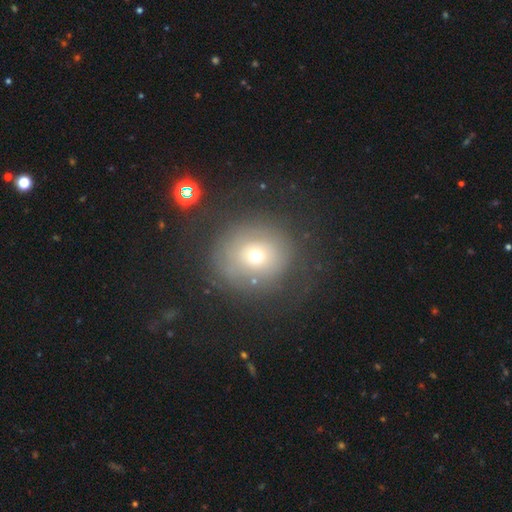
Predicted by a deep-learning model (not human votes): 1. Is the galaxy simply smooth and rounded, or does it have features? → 58% smooth, 26% featured or disk, 15% star or artifact.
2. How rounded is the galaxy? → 89% round, 10% in between, 1% cigar-shaped.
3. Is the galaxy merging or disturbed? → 63% none, 18% major disturbance, 16% minor disturbance, 3% merger.